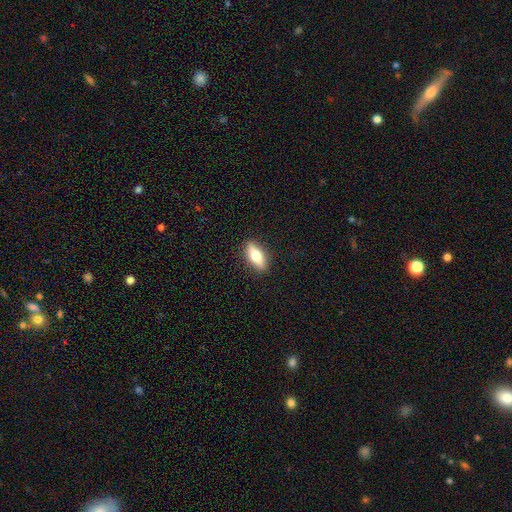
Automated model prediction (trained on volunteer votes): A smooth galaxy with no disk features (61%) that is in between round and cigar-shaped (66%). Merging: none (89%).